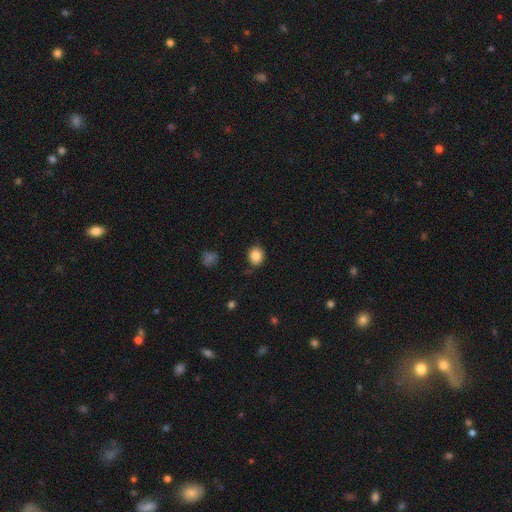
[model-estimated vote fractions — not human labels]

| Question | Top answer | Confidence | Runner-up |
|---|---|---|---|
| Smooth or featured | smooth | 85% | star or artifact (10%) |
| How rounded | round | 76% | in between (23%) |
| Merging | none | 83% | minor disturbance (12%) |